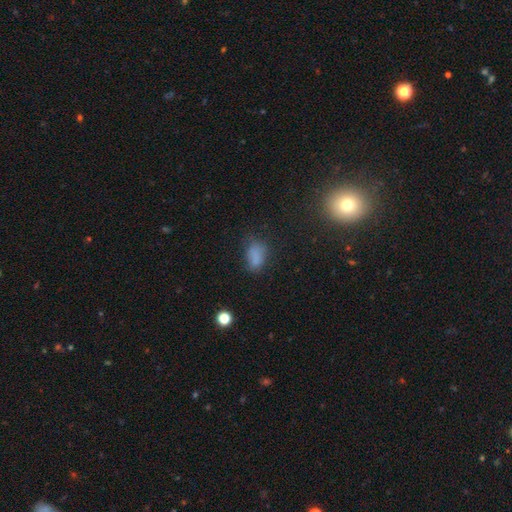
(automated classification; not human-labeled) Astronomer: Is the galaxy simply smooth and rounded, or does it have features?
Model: smooth — 76%.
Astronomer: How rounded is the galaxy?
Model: in between — 85%.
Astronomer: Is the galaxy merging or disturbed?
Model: none — 63%.